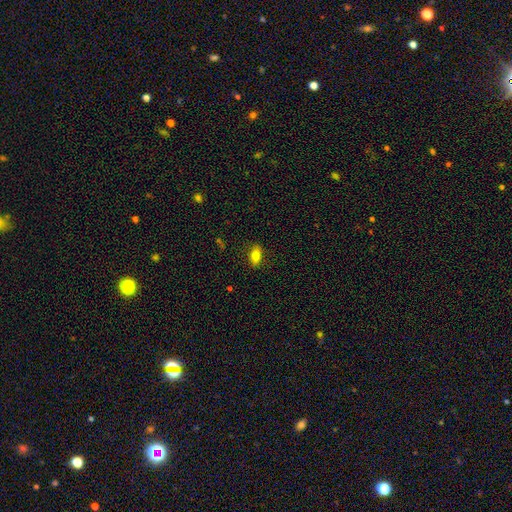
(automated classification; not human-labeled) Smooth or featured? smooth (77%)
How rounded? in between (83%)
Merging? none (86%)